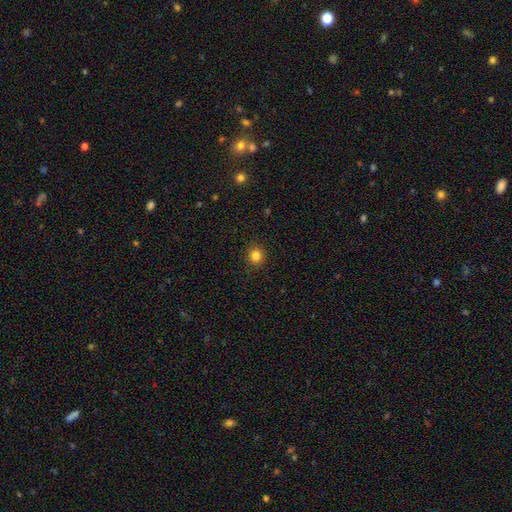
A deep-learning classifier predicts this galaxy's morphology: This is clearly a smooth galaxy (83%). How rounded: clearly round (90%). Merging: clearly none (92%).